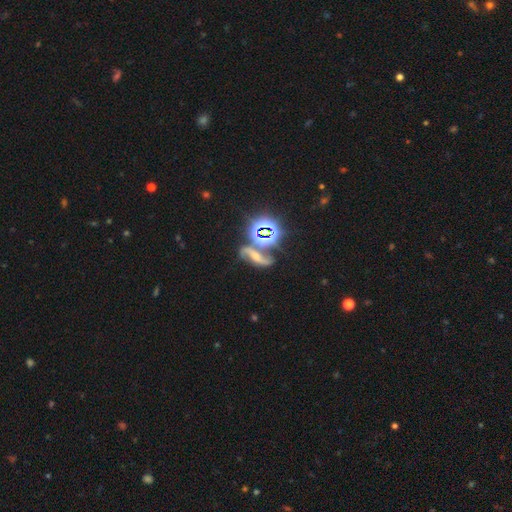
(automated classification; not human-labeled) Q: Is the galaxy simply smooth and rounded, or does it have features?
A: featured or disk — 48%.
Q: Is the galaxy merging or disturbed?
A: none — 53%.